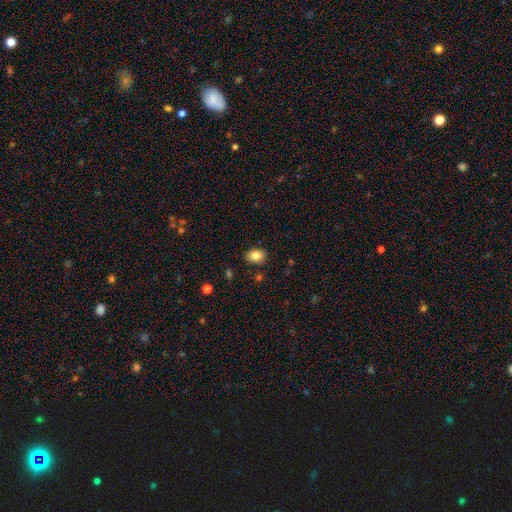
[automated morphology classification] Smooth or featured: smooth — 84% (star or artifact — 9%)
How rounded: in between — 66% (round — 33%)
Merging: none — 86% (minor disturbance — 10%)